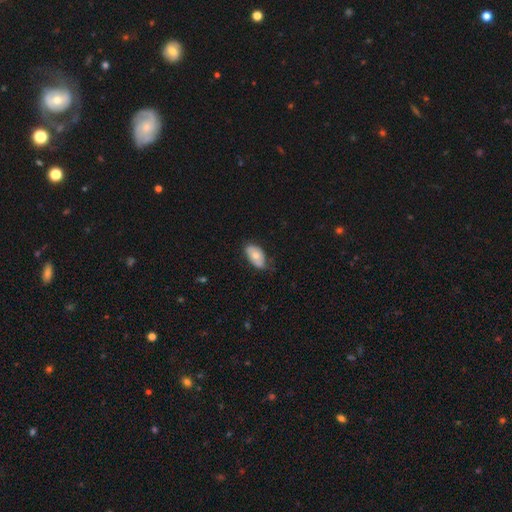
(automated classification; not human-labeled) A smooth galaxy with no disk features (63%) that is in between round and cigar-shaped (92%). Merging: none (63%).